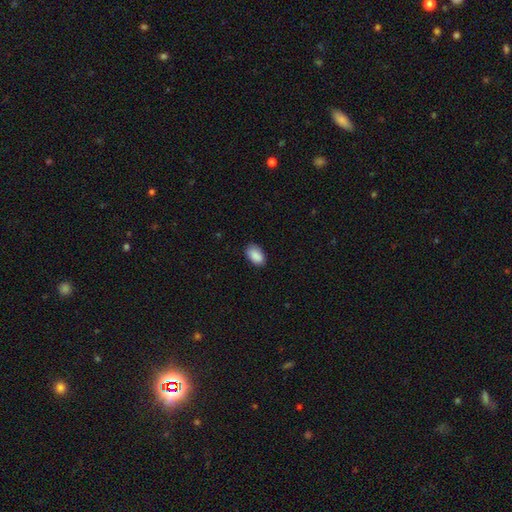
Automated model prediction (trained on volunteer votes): smooth_or_featured: smooth (p=0.90) [alt: star or artifact p=0.07]
how_rounded: in between (p=0.93) [alt: round p=0.06]
merging: none (p=0.82) [alt: minor disturbance p=0.15]